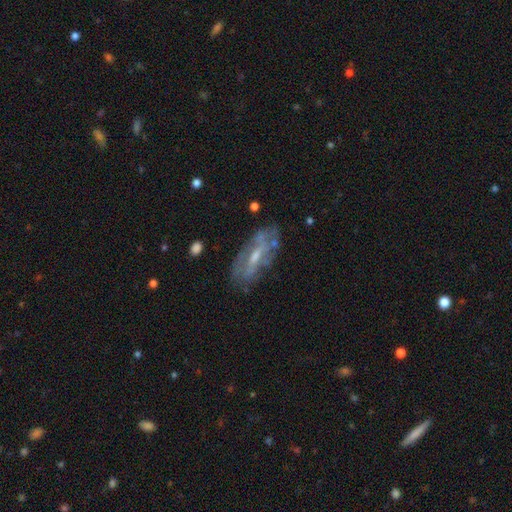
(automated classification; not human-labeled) Overall: featured or disk (68%). Edge-on disk: no (81%). Bar: weak (42%; no 33%). Spiral arms: yes (53%; no 47%). Bulge size: small (44%, tied with moderate). Merging: none (66%).